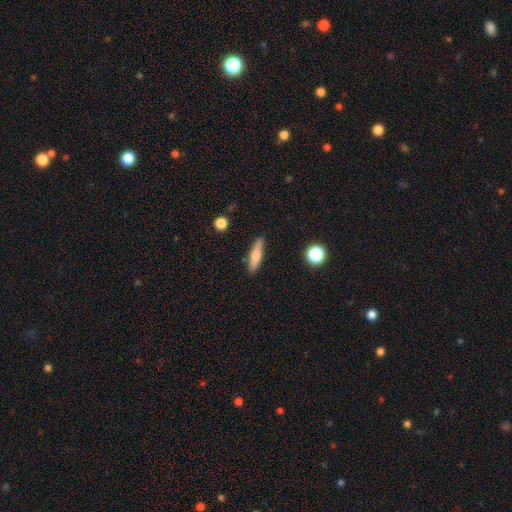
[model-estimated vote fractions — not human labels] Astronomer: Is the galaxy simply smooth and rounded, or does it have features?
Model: smooth — 69%.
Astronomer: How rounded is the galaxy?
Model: cigar-shaped — 76%.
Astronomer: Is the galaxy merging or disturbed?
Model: none — 86%.